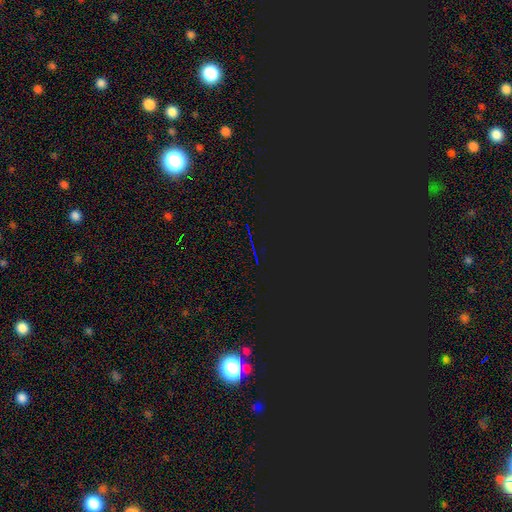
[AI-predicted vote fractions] Smooth or featured? Predicted: star or artifact (p=0.83).